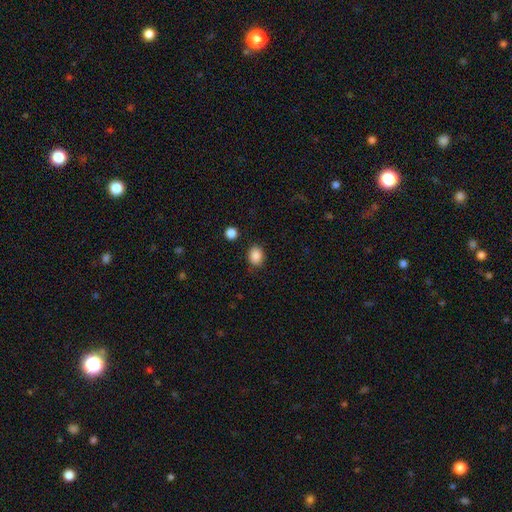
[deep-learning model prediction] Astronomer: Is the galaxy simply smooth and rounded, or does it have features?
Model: smooth — 88%.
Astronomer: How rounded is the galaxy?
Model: in between — 53% (runner-up: round, 46%).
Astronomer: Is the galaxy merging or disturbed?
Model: none — 82%.